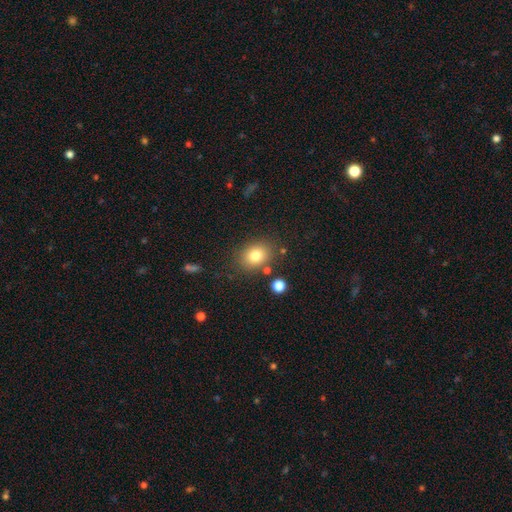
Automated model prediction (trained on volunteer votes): Smooth or featured? Predicted: smooth (p=0.80). How rounded? Predicted: round (p=0.51). Merging? Predicted: none (p=0.81).